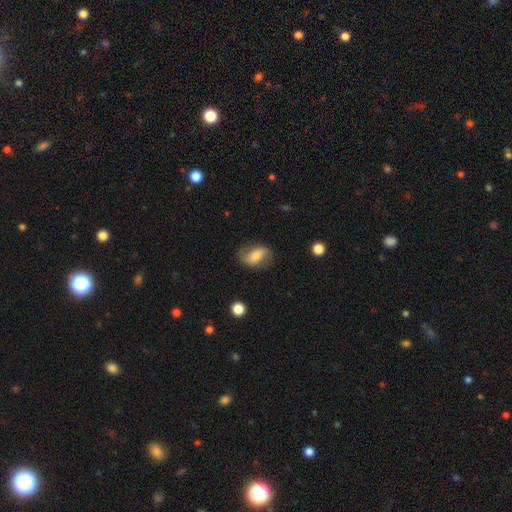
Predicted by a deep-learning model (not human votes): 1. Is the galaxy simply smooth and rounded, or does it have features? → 50% smooth, 42% featured or disk, 8% star or artifact.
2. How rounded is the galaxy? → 82% in between, 14% round, 5% cigar-shaped.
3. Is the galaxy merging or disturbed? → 70% none, 20% minor disturbance, 8% major disturbance, 2% merger.